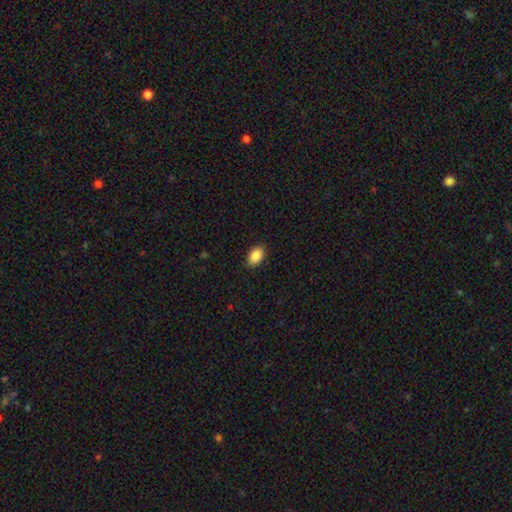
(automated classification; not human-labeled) Smooth or featured: smooth — 89% (star or artifact — 7%)
How rounded: in between — 89% (round — 10%)
Merging: none — 88% (minor disturbance — 9%)